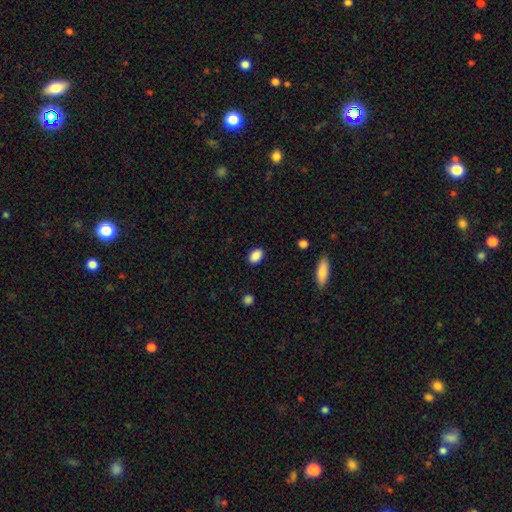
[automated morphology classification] Overall: smooth (88%). How rounded: in between (82%). Merging: none (88%).